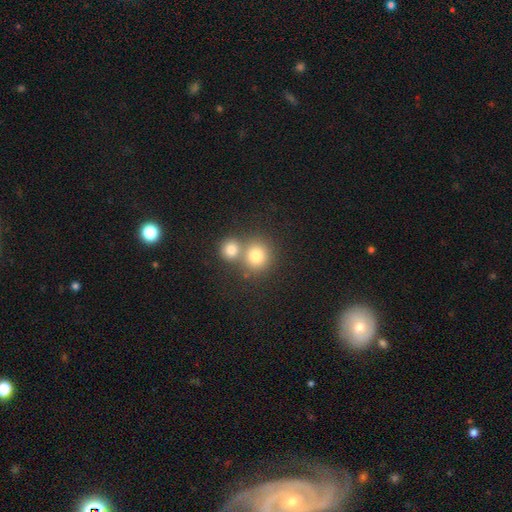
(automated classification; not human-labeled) Smooth or featured? Predicted: smooth (p=0.77). How rounded? Predicted: round (p=0.87). Merging? Predicted: none (p=0.48).